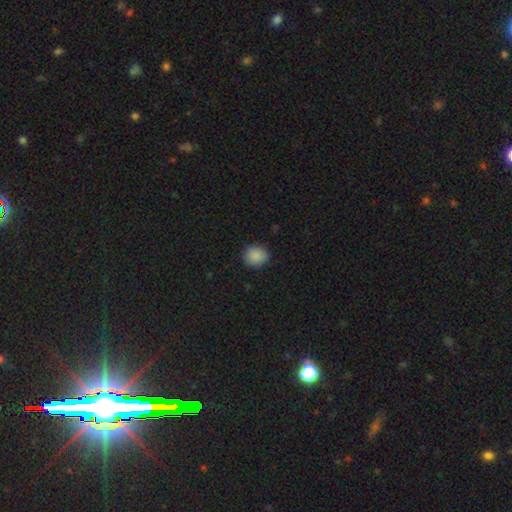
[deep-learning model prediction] Morphology: type=smooth (88%); roundness=round (85%); merging=none (90%).